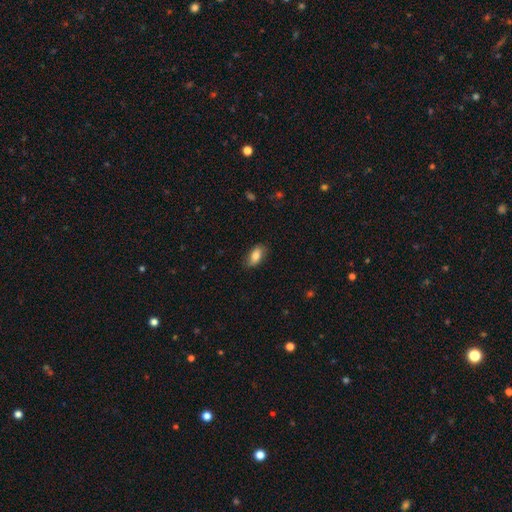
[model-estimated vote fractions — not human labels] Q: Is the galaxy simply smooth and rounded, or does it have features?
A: smooth — 81%.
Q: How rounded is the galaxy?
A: in between — 89%.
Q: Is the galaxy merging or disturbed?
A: none — 81%.